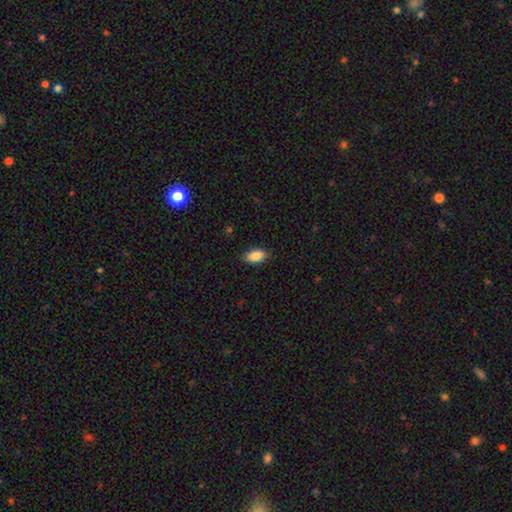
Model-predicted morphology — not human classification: Overall: smooth (87%). How rounded: in between (92%). Merging: none (85%).